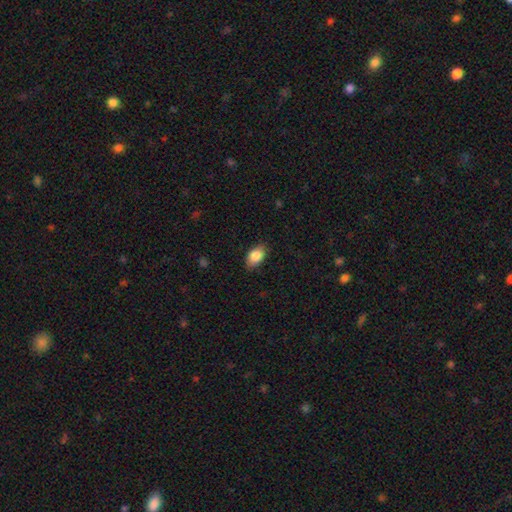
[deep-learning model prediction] A smooth galaxy with no disk features (86%) that is in between round and cigar-shaped (86%).

Vote fractions:
- Smooth or featured? smooth: 86% / star or artifact: 7% / featured or disk: 7%
- How rounded? in between: 86% / round: 12% / cigar-shaped: 2%
- Merging? none: 82% / minor disturbance: 14% / major disturbance: 3% / merger: 1%